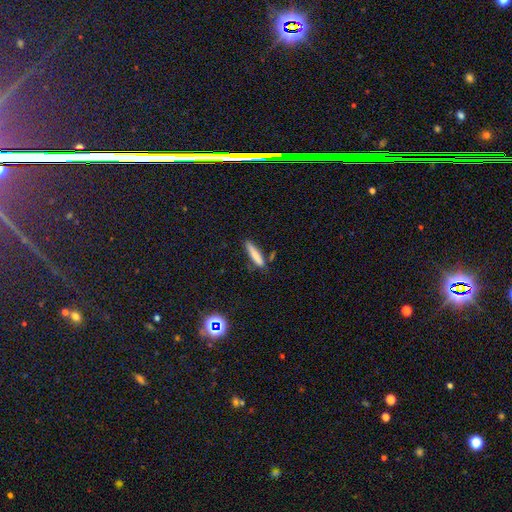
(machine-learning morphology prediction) This appears to be a smooth galaxy with no disk features (76%) that is cigar-shaped (86%). Merging: none (74%).